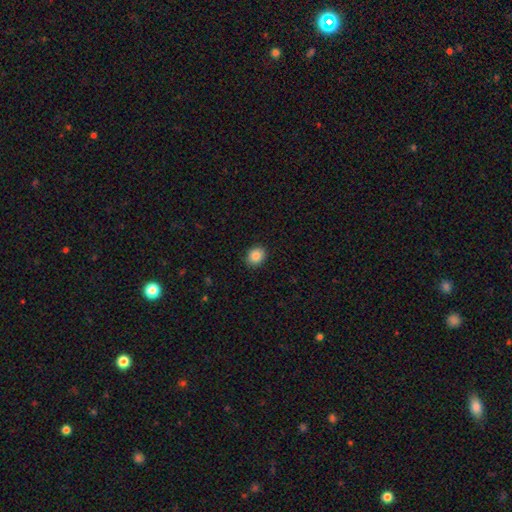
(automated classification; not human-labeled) This appears to be a smooth galaxy with no disk features (86%) that is round (68%). Merging: none (90%).